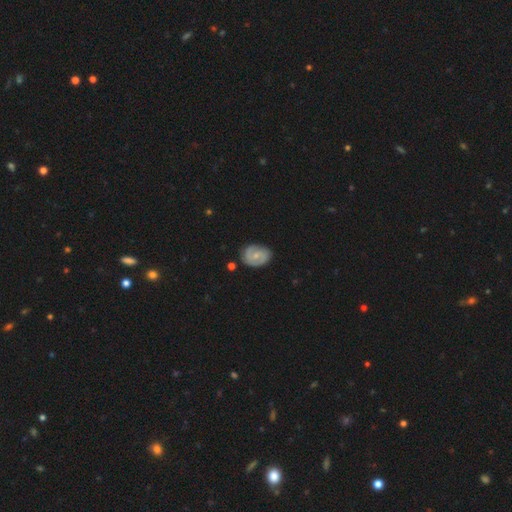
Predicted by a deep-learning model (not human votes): smooth-or-featured: featured or disk: 67% | smooth: 27% | star or artifact: 6%
  disk-edge-on: no: 97% | yes: 3%
    bar: no: 55% | weak: 39% | strong: 6%
    has-spiral-arms: yes: 88% | no: 12%
      spiral-winding: tight: 47% | medium: 39% | loose: 14%
      spiral-arm-count: 2: 73% | can't tell: 15% | 3: 5% | 1: 4% | 4: 2% | more than 4: 2%
    bulge-size: small: 59% | moderate: 35% | none: 4% | large: 1% | dominant: 1%
  merging: none: 77% | minor disturbance: 17% | major disturbance: 4% | merger: 2%